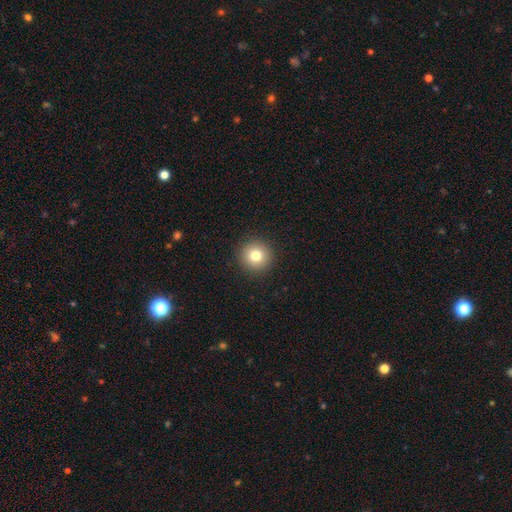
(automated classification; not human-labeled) Overall: smooth (79%). How rounded: round (95%). Merging: none (92%).